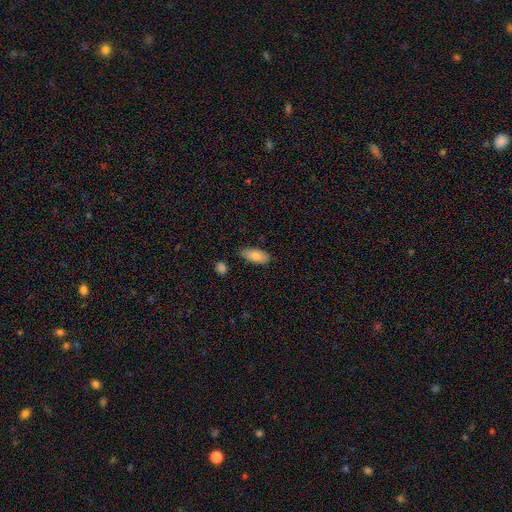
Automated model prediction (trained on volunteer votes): smooth_or_featured: smooth (p=0.84) [alt: featured or disk p=0.10]
how_rounded: in between (p=0.88) [alt: cigar-shaped p=0.10]
merging: none (p=0.79) [alt: minor disturbance p=0.15]